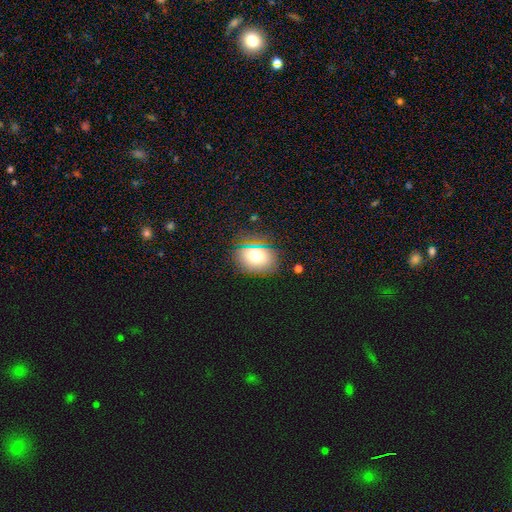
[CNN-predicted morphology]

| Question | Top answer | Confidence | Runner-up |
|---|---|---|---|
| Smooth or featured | smooth | 67% | star or artifact (17%) |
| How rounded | round | 50% | in between (48%) |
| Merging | none | 82% | minor disturbance (12%) |